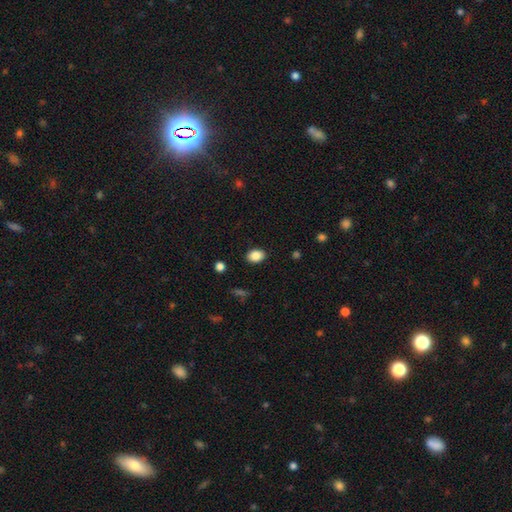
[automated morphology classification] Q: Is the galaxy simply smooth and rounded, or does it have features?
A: smooth — 87%.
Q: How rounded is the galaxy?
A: in between — 76%.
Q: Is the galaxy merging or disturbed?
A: none — 88%.